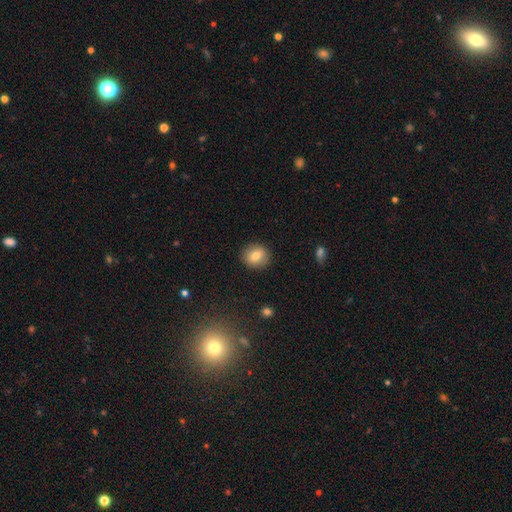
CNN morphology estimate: Q: Smooth or featured?
A: smooth (79%); runner-up: featured or disk (12%)
Q: How rounded?
A: round (81%); runner-up: in between (18%)
Q: Merging?
A: none (90%); runner-up: minor disturbance (7%)